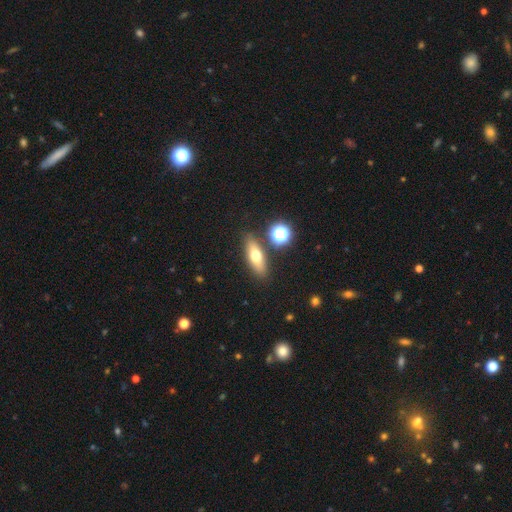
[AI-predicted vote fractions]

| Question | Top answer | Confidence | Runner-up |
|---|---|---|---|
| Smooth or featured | smooth | 61% | featured or disk (28%) |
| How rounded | in between | 55% | cigar-shaped (36%) |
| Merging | none | 83% | minor disturbance (9%) |